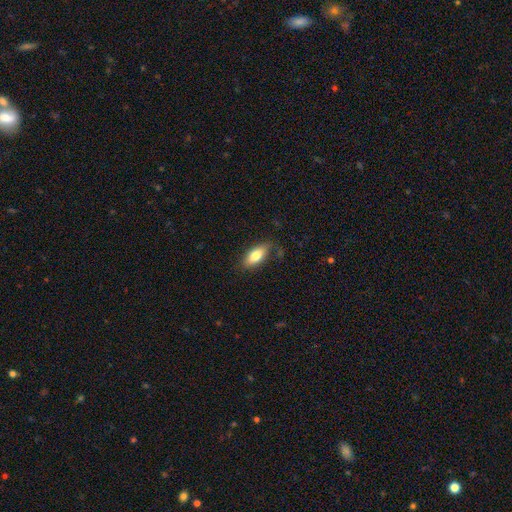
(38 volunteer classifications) Morphology: type=smooth (74%); roundness=in between (64%); merging=none (81%).